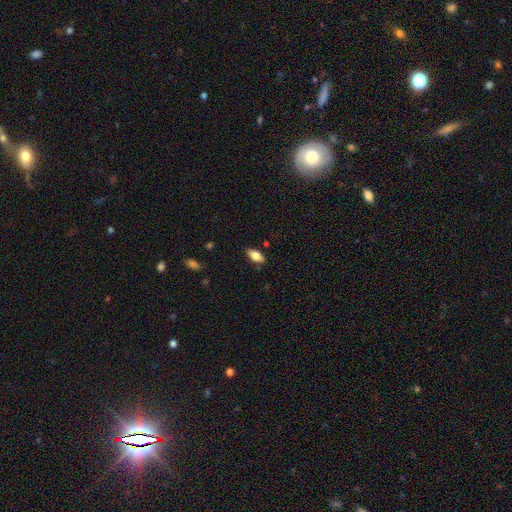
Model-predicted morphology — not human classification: smooth-or-featured: smooth: 80% | featured or disk: 13% | star or artifact: 7%
  how-rounded: in between: 89% | cigar-shaped: 8% | round: 3%
  merging: none: 85% | minor disturbance: 11% | major disturbance: 2% | merger: 1%